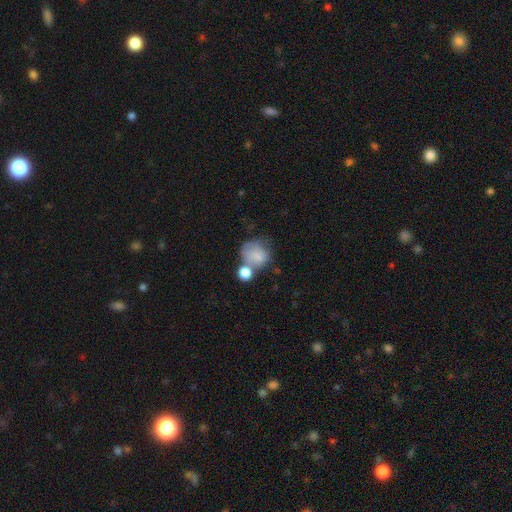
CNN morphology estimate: This appears to be a smooth galaxy with no disk features (73%) that is round (67%). Merging: merger (35%).